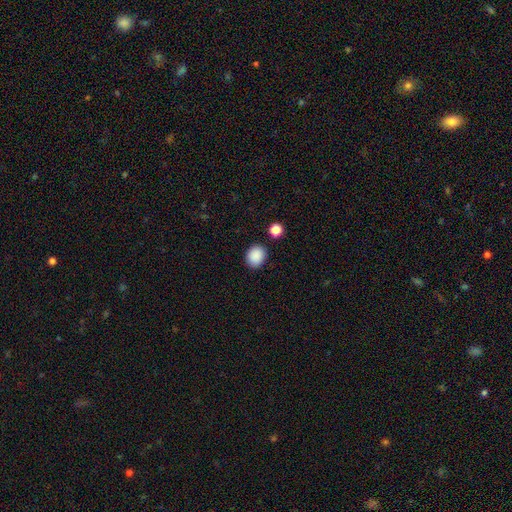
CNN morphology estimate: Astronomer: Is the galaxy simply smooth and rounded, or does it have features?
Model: smooth — 89%.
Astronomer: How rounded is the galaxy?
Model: round — 56% (runner-up: in between, 43%).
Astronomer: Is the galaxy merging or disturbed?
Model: none — 85%.